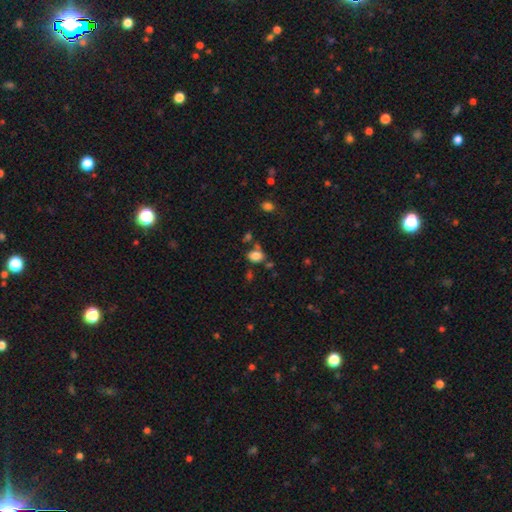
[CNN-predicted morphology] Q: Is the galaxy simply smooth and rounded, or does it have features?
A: smooth — 80%.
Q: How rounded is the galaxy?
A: in between — 73%.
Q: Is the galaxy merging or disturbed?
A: none — 54%.